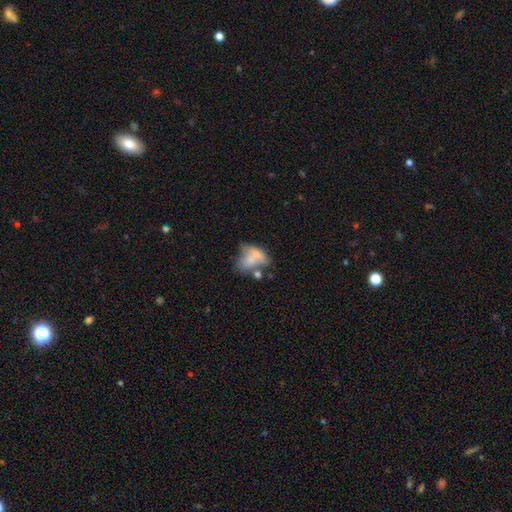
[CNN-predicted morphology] This appears to be a smooth galaxy with no disk features (59%) that is in between round and cigar-shaped (81%). Merging: merger (44%).